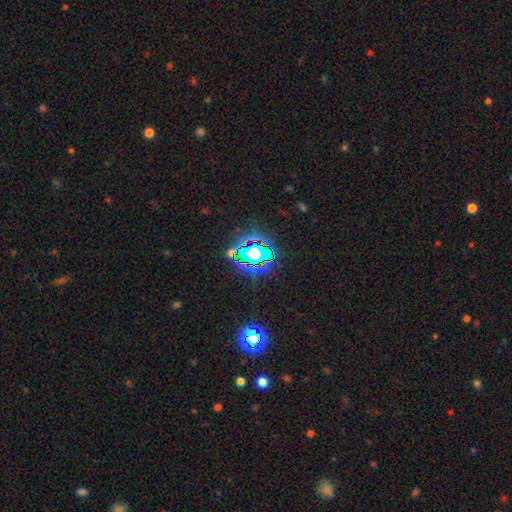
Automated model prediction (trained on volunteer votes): Smooth or featured: star or artifact — 82% (smooth — 11%)